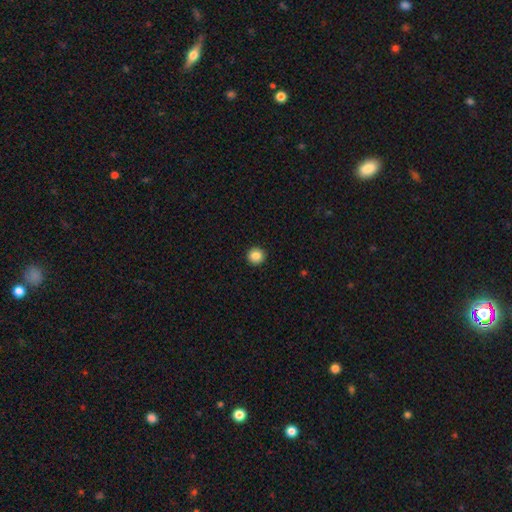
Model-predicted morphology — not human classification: smooth 86%, star or artifact 9%, featured or disk 5%. Down the decision tree: how rounded — round (94%); merging — none (94%).